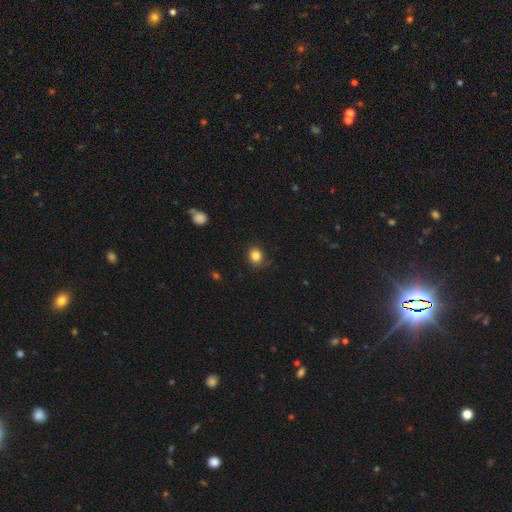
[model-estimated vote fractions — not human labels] Morphology: type=smooth (83%); roundness=round (75%); merging=none (80%).